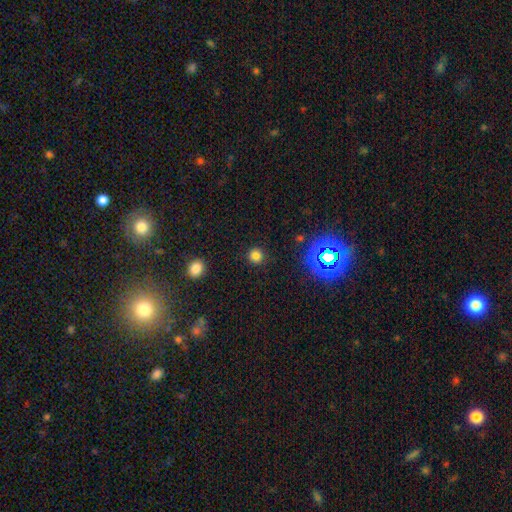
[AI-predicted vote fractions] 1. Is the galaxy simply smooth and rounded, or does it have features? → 78% smooth, 18% star or artifact, 5% featured or disk.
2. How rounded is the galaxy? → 93% round, 6% in between, 1% cigar-shaped.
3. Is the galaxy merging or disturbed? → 90% none, 6% minor disturbance, 2% major disturbance, 1% merger.